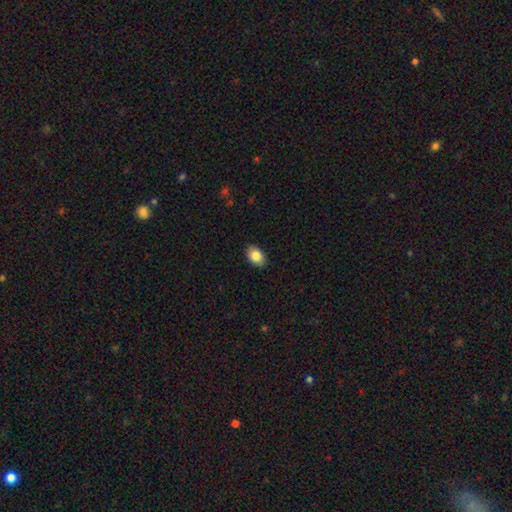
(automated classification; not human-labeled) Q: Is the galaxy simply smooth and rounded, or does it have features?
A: smooth — 86%.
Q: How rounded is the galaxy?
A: in between — 84%.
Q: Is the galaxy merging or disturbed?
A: none — 89%.